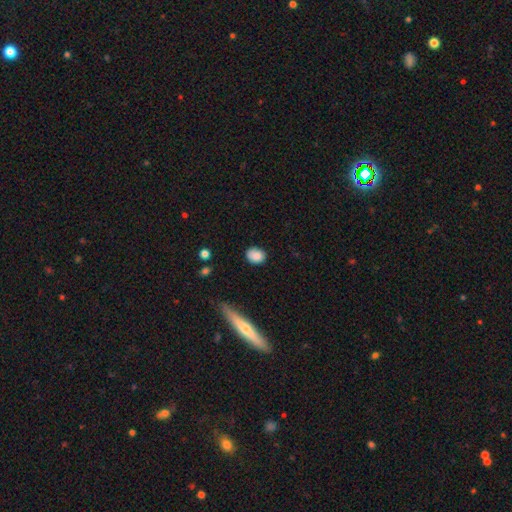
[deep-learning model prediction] Morphology: type=smooth (86%); roundness=in between (57%); merging=none (78%).